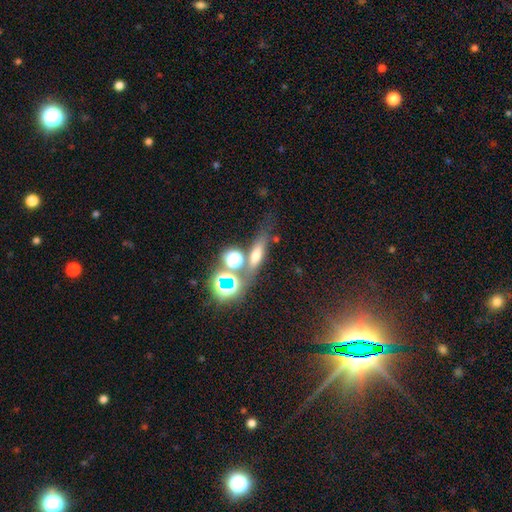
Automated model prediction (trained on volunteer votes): Overall: smooth (53%; star or artifact 26%). How rounded: cigar-shaped (40%; in between 37%). Merging: none (63%).